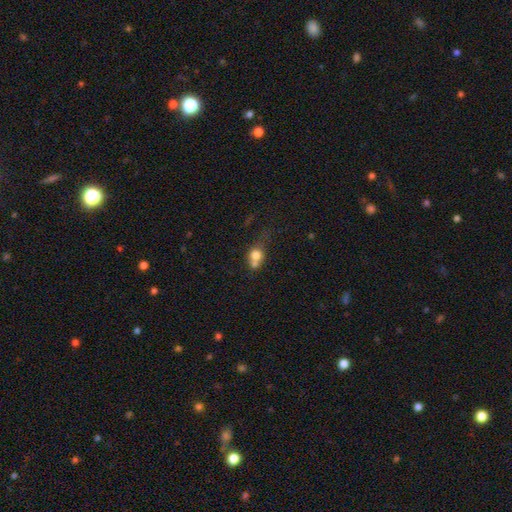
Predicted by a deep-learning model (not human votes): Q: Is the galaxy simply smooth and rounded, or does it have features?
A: smooth — 72%.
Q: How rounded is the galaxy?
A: round — 63%.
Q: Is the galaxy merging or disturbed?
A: merger — 48%.